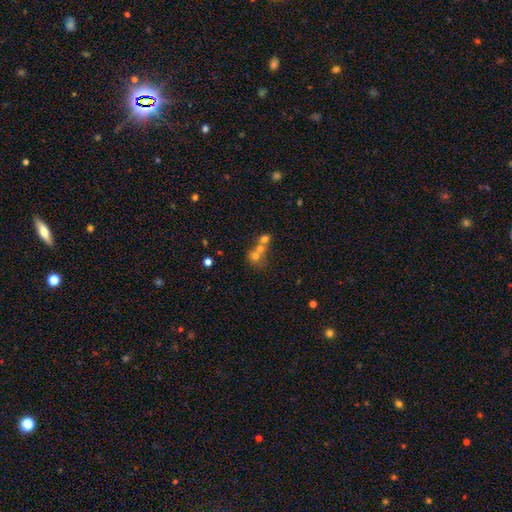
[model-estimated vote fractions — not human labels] Overall: smooth (60%; featured or disk 23%). How rounded: round (77%). Merging: merger (59%; none 30%).